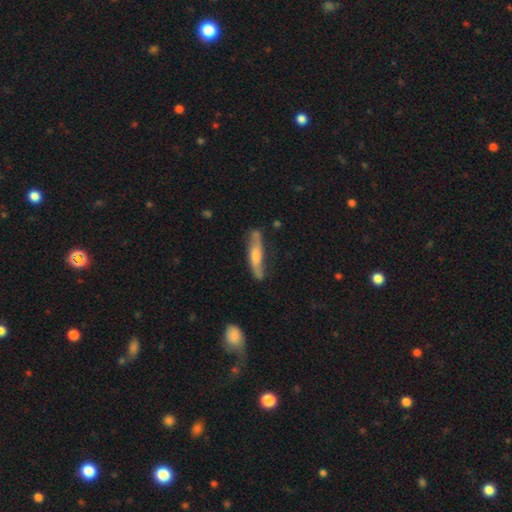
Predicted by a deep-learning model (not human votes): This is possibly a featured or disk galaxy (48%). Merging: likely none (67%).